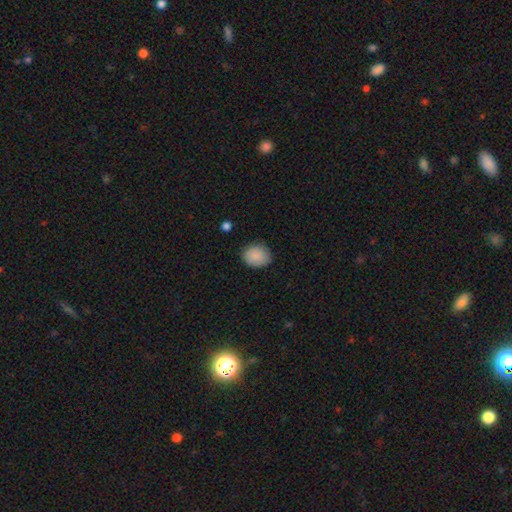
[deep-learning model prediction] A smooth galaxy with no disk features (88%) that is round (55%).

Vote fractions:
- Smooth or featured? smooth: 88% / star or artifact: 7% / featured or disk: 5%
- How rounded? round: 55% / in between: 44% / cigar-shaped: 1%
- Merging? none: 83% / minor disturbance: 13% / major disturbance: 3% / merger: 1%